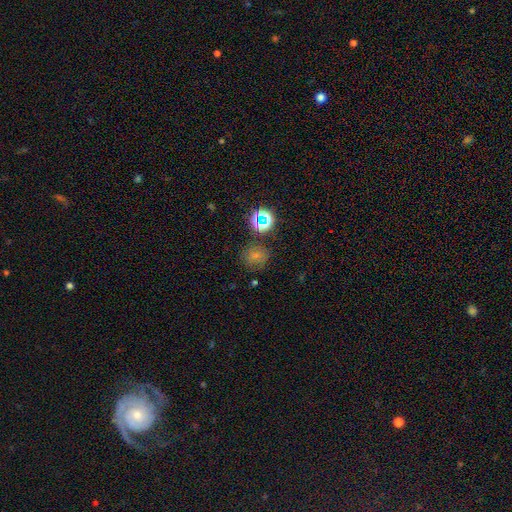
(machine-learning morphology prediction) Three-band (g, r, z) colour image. It shows a smooth galaxy with no disk features (62%) that is round (81%). Merging: none (70%).